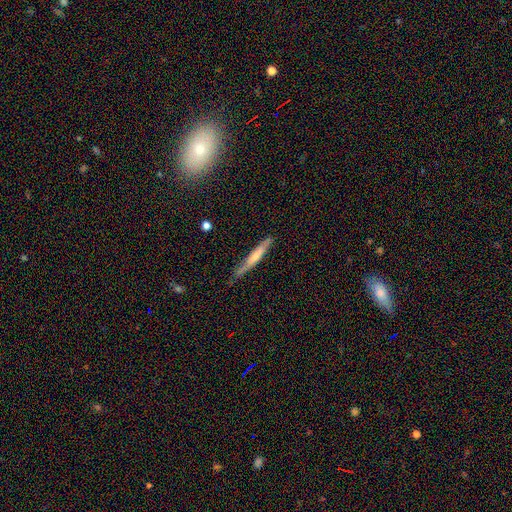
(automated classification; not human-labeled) Smooth or featured? Predicted: smooth (p=0.55). How rounded? Predicted: cigar-shaped (p=0.95). Merging? Predicted: none (p=0.79).